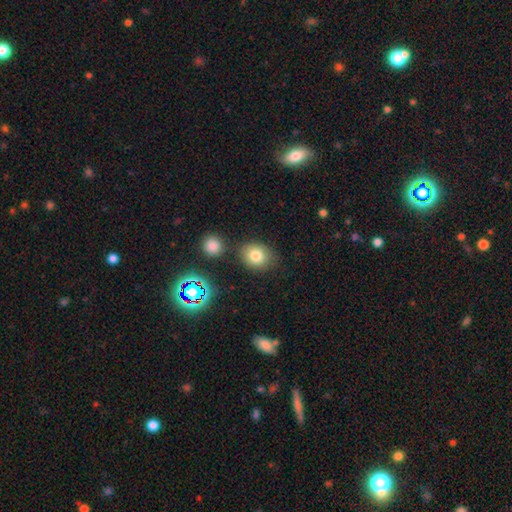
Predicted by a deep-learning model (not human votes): The model was most divided on "how rounded": round: 55%, in between: 44%, cigar-shaped: 1%. More confident: smooth or featured — smooth (80%); merging — none (73%).